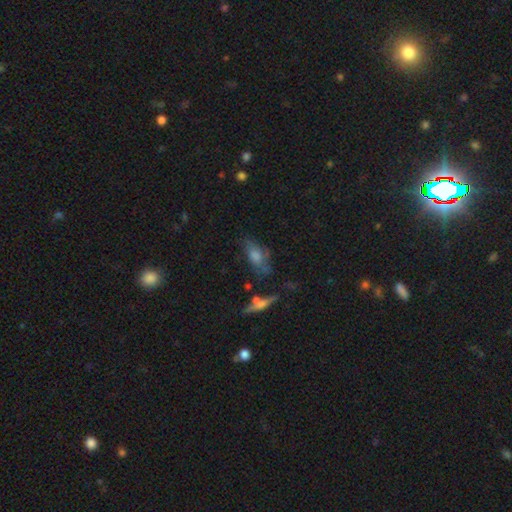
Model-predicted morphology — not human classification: Smooth or featured?
  - smooth: 47% *
  - featured or disk: 36%
  - star or artifact: 17%
Merging?
  - none: 56% *
  - minor disturbance: 23%
  - major disturbance: 13%
  - merger: 8%